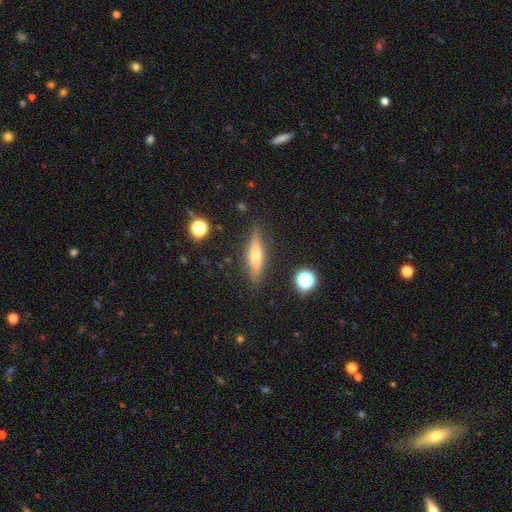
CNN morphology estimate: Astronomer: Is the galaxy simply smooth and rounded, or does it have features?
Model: featured or disk — 49% (runner-up: smooth, 43%).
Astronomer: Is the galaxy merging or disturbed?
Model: none — 86%.